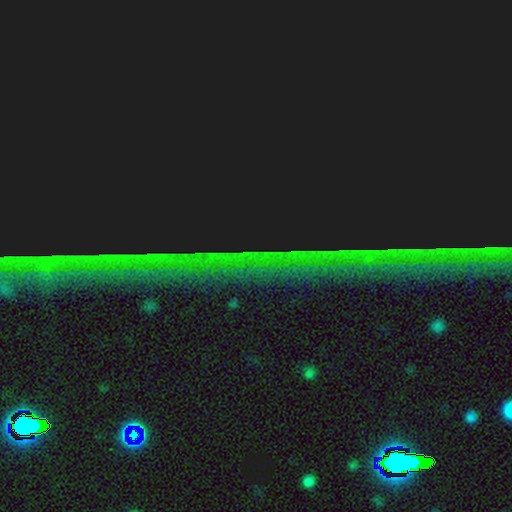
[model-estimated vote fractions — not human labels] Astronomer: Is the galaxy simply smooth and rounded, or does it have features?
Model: star or artifact — 85%.